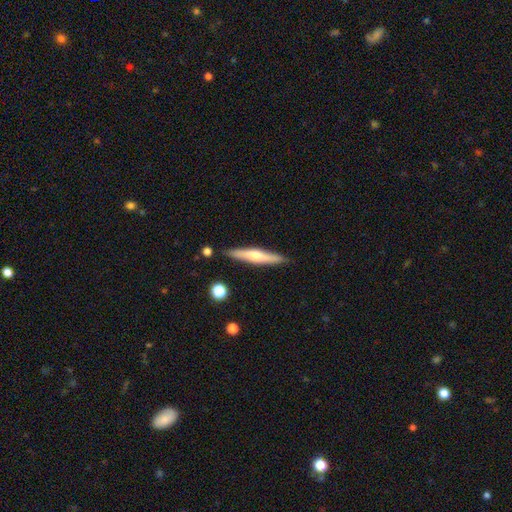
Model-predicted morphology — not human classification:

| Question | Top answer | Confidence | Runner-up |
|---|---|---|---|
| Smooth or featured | featured or disk | 51% | smooth (43%) |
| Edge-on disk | yes | 94% | no (6%) |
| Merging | none | 87% | minor disturbance (9%) |